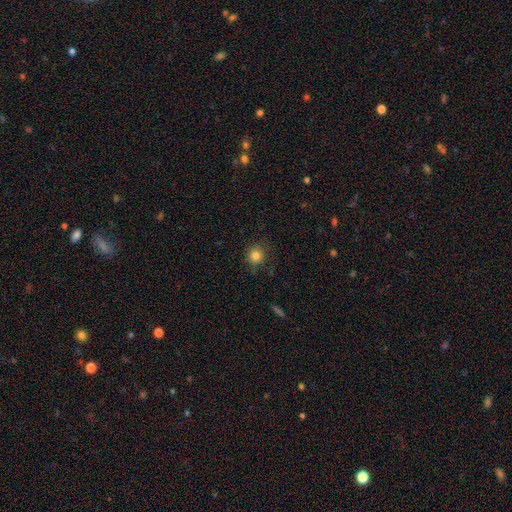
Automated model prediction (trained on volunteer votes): Morphology: type=smooth (81%); roundness=round (90%); merging=none (81%).